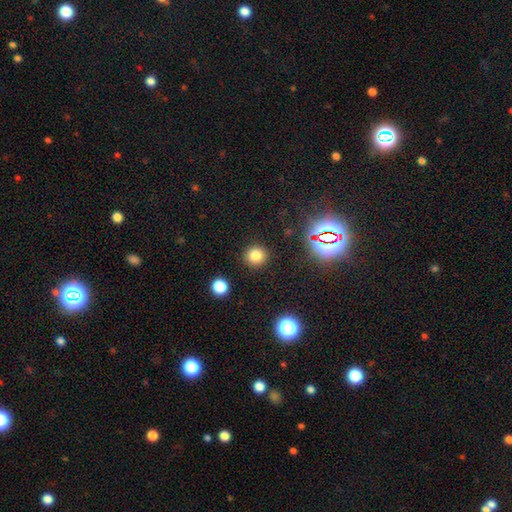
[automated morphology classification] type=smooth (77%); roundness=round (91%); merging=none (91%).